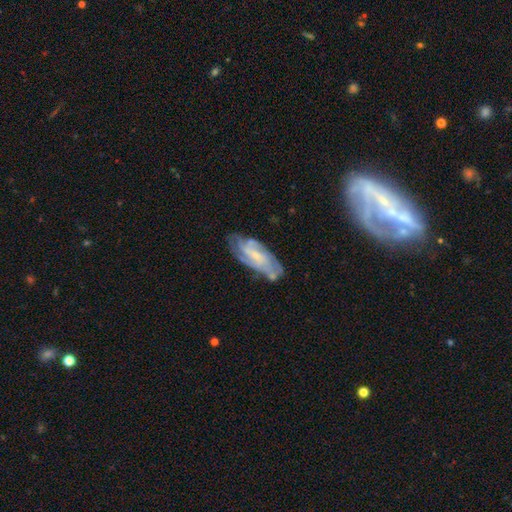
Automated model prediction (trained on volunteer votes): Overall: featured or disk (72%). Edge-on disk: no (90%). Bar: no (50%; weak 40%). Spiral arms: yes (88%). Spiral arm count: can't tell (44%; 3 17%). Spiral winding: tight (52%; medium 36%). Bulge size: small (55%; moderate 24%). Merging: none (66%).